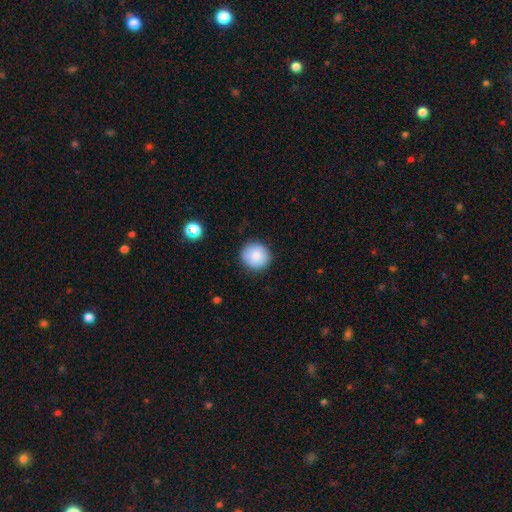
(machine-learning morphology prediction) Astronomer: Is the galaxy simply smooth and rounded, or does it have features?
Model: smooth — 85%.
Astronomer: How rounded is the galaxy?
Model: round — 92%.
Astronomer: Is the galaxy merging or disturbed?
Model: none — 89%.